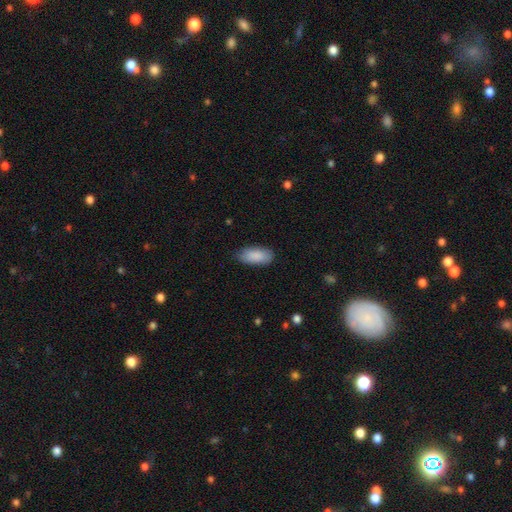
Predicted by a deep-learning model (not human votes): Overall: smooth (89%). How rounded: in between (89%). Merging: none (81%).